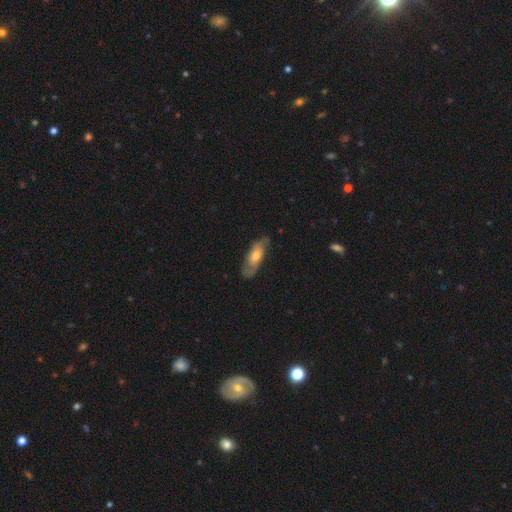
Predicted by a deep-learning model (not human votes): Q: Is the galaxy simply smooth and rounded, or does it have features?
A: featured or disk — 52%.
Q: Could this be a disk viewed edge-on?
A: no — 71%.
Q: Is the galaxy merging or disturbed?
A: none — 74%.